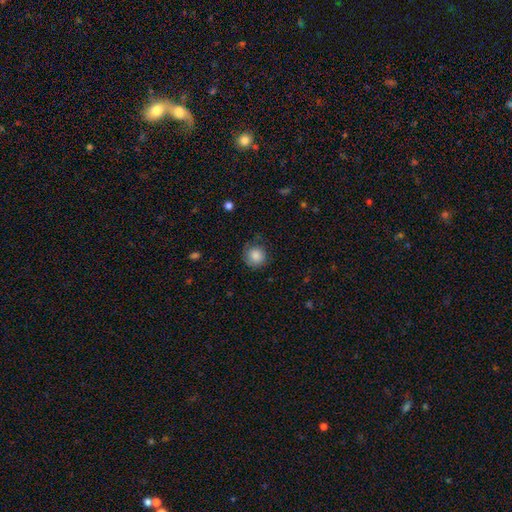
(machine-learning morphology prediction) The model was most divided on "merging": none: 72%, minor disturbance: 20%, major disturbance: 7%, merger: 1%. More confident: how rounded — round (89%); smooth or featured — smooth (85%).